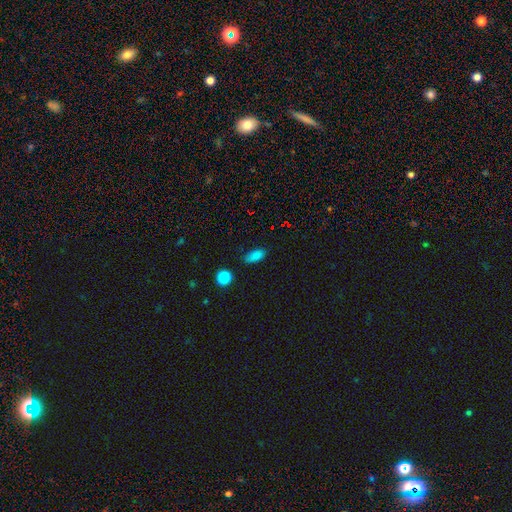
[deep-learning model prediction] This is clearly a smooth galaxy (84%). How rounded: clearly in between (85%). Merging: clearly none (82%).